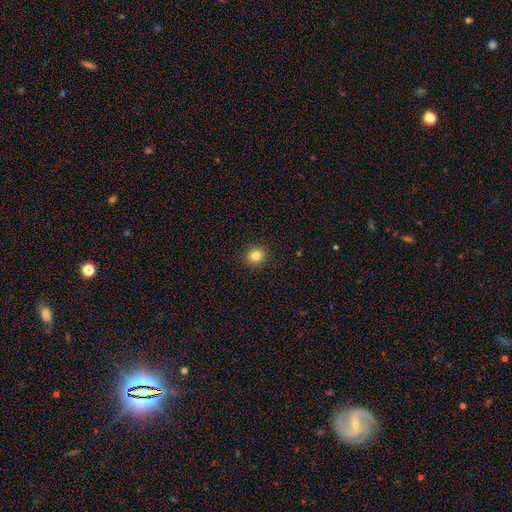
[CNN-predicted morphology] The model was most divided on "smooth or featured": smooth: 82%, star or artifact: 12%, featured or disk: 6%. More confident: merging — none (92%); how rounded — round (91%).